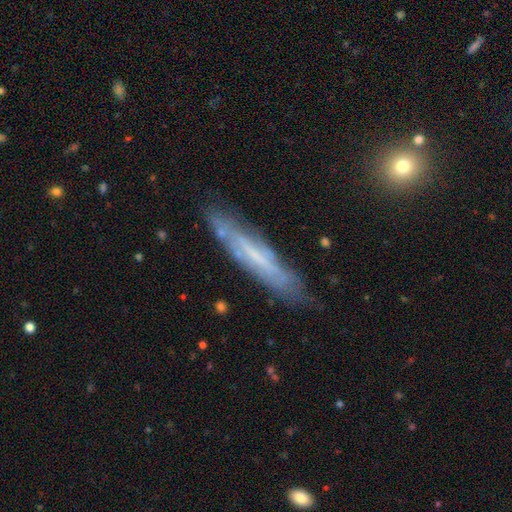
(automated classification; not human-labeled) The model was most divided on "smooth or featured": featured or disk: 61%, smooth: 31%, star or artifact: 8%. More confident: merging — none (75%); edge-on disk — yes (66%).